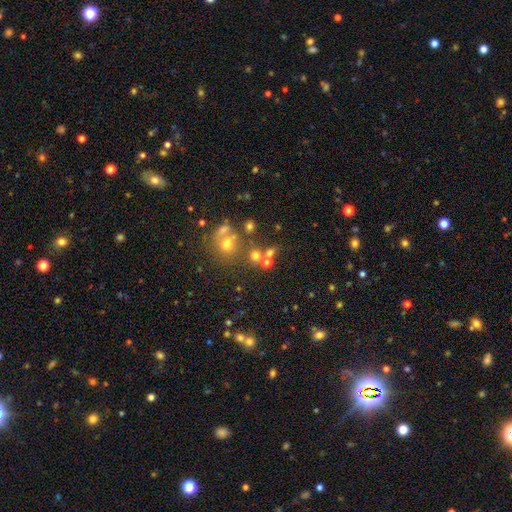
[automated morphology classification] Smooth or featured? Predicted: smooth (p=0.61). How rounded? Predicted: round (p=0.80). Merging? Predicted: none (p=0.54).